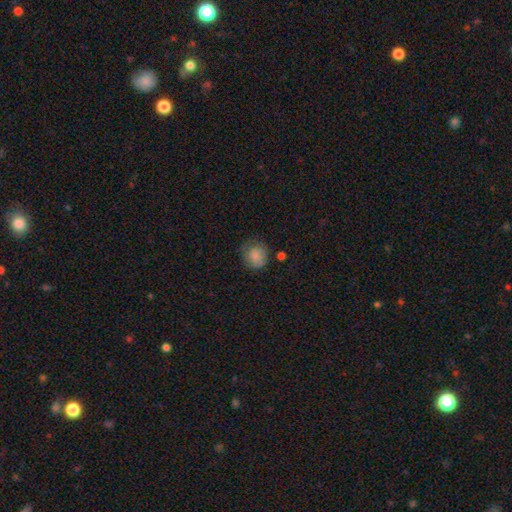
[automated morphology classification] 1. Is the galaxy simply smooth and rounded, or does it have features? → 82% smooth, 9% featured or disk, 8% star or artifact.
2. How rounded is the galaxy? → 81% round, 18% in between, 1% cigar-shaped.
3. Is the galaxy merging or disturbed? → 62% none, 26% minor disturbance, 9% major disturbance, 3% merger.